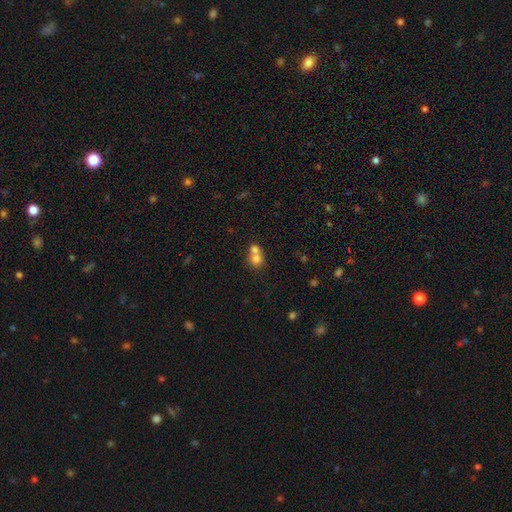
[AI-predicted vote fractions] Smooth or featured? Predicted: smooth (p=0.74). How rounded? Predicted: round (p=0.74). Merging? Predicted: merger (p=0.66).